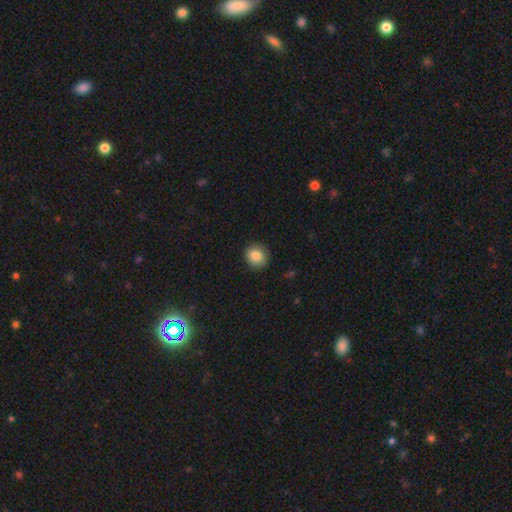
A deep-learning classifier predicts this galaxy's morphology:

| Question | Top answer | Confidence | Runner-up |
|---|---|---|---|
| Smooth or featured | smooth | 85% | star or artifact (9%) |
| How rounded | round | 88% | in between (11%) |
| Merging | none | 89% | minor disturbance (8%) |